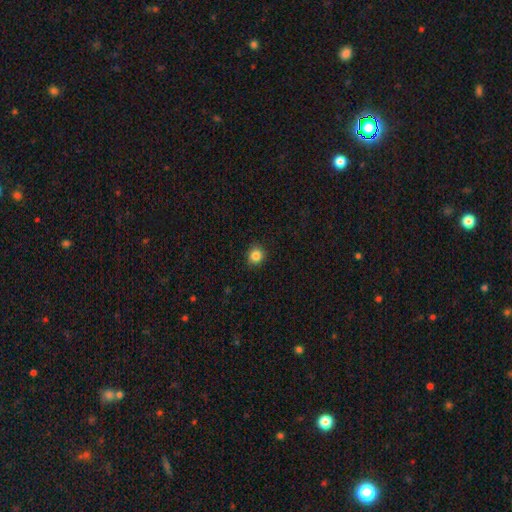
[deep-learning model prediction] Smooth or featured? Predicted: smooth (p=0.85). How rounded? Predicted: round (p=0.85). Merging? Predicted: none (p=0.87).